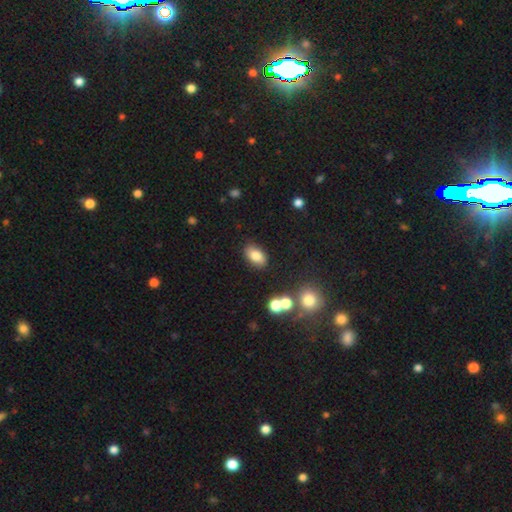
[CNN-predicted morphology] Smooth or featured? Predicted: smooth (p=0.81). How rounded? Predicted: in between (p=0.91). Merging? Predicted: none (p=0.85).